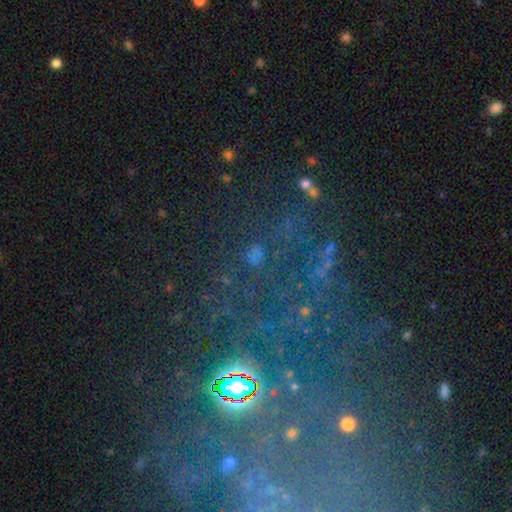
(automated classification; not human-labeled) Smooth or featured?
  - star or artifact: 56% *
  - smooth: 25%
  - featured or disk: 18%